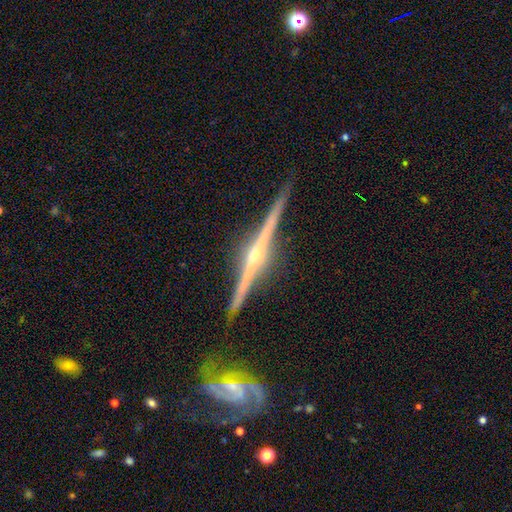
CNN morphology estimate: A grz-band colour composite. It shows a featured or disk galaxy (90%) viewed edge-on (98%) with a rounded central bulge (85%). Merging: none (84%).